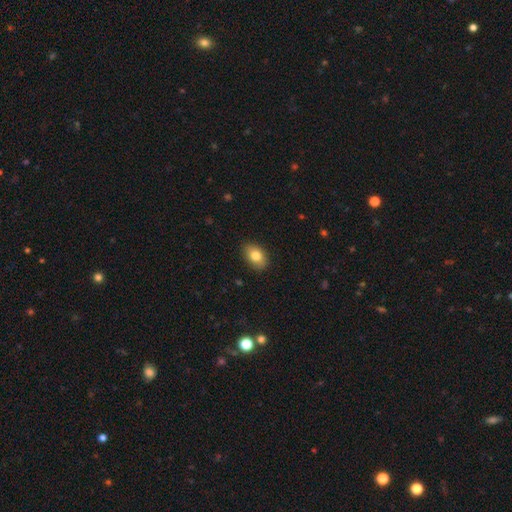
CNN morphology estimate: This appears to be a smooth galaxy with no disk features (81%) that is in between round and cigar-shaped (86%). Merging: none (87%).